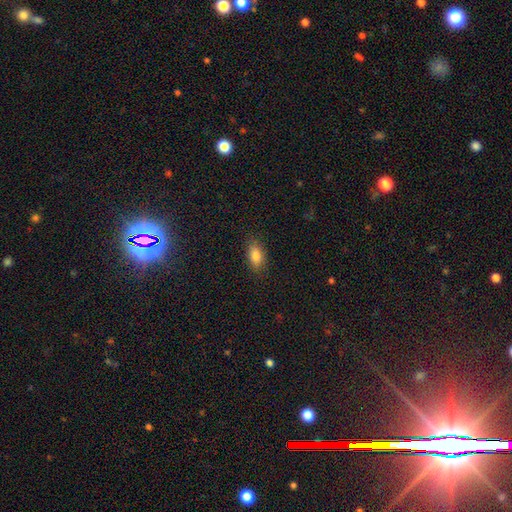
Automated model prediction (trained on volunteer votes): smooth-or-featured: smooth: 82% | star or artifact: 9% | featured or disk: 8%
  how-rounded: in between: 87% | round: 8% | cigar-shaped: 6%
  merging: none: 84% | minor disturbance: 12% | major disturbance: 3% | merger: 1%